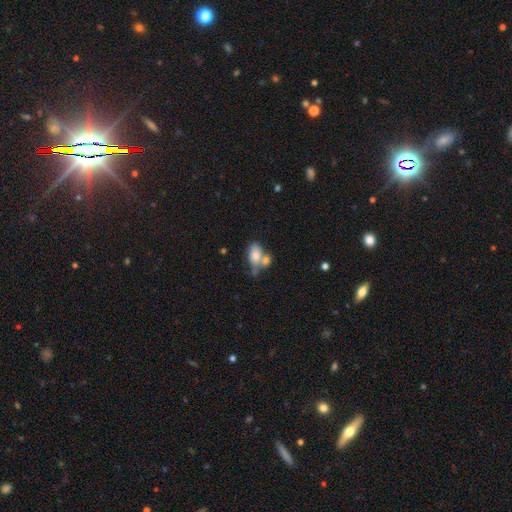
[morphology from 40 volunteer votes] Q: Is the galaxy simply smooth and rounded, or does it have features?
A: smooth — 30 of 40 (75%).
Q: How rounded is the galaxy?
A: in between — 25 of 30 (83%).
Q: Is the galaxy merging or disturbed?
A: merger — 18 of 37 (49%).